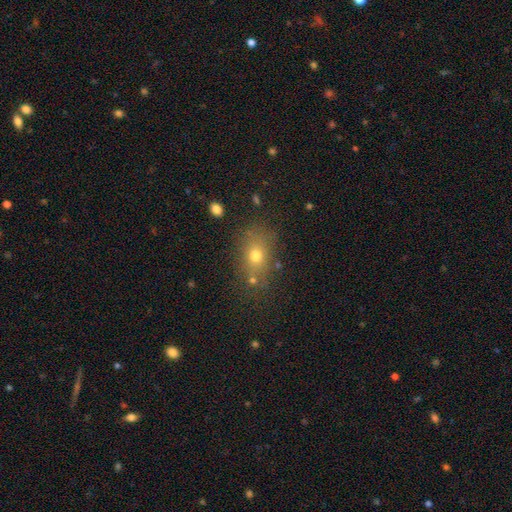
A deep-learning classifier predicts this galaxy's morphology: Q: Smooth or featured?
A: smooth (69%); runner-up: star or artifact (17%)
Q: How rounded?
A: in between (59%); runner-up: round (38%)
Q: Merging?
A: none (74%); runner-up: minor disturbance (14%)